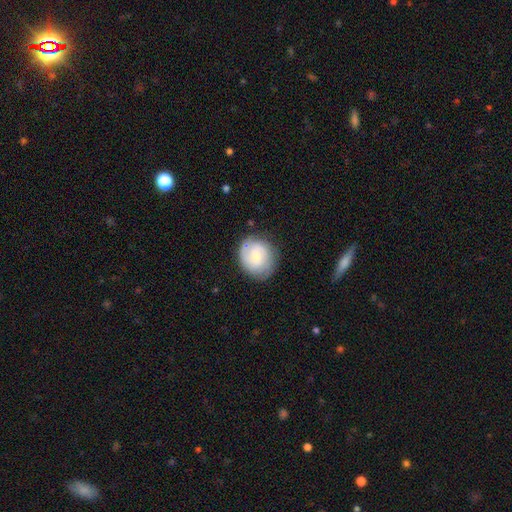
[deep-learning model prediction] Smooth or featured?
  - featured or disk: 52% *
  - smooth: 41%
  - star or artifact: 7%
Edge-on disk?
  - no: 98% *
  - yes: 2%
Bar?
  - no: 50% *
  - weak: 43%
  - strong: 7%
Spiral arms?
  - yes: 88% *
  - no: 12%
Bulge size?
  - small: 57% *
  - moderate: 32%
  - none: 6%
  - large: 4%
  - dominant: 1%
Merging?
  - none: 77% *
  - minor disturbance: 16%
  - major disturbance: 5%
  - merger: 2%